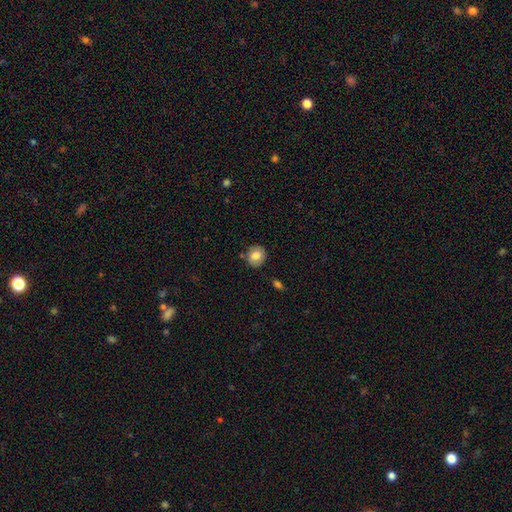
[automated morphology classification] The model was most divided on "smooth or featured": smooth: 78%, featured or disk: 14%, star or artifact: 8%. More confident: merging — none (84%); how rounded — round (84%).